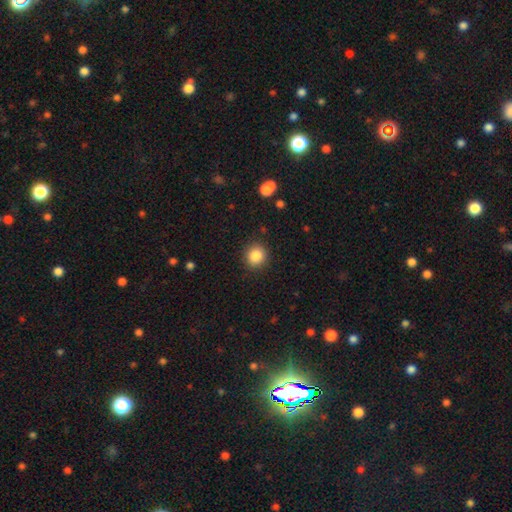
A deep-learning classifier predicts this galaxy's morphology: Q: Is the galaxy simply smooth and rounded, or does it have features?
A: smooth — 85%.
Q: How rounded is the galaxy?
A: round — 87%.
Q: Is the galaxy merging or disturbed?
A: none — 89%.